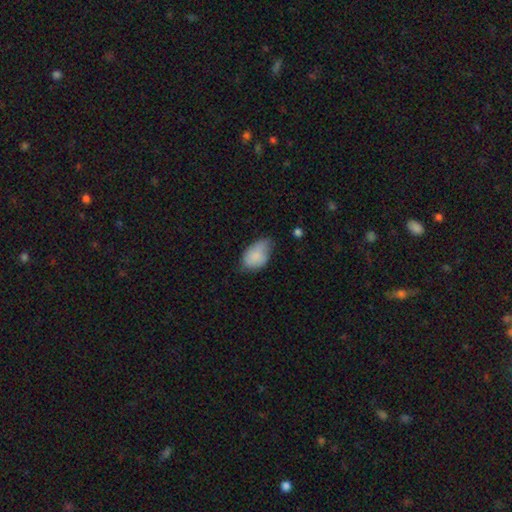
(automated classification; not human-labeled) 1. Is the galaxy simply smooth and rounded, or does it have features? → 83% smooth, 10% featured or disk, 7% star or artifact.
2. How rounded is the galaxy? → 91% in between, 8% round, 1% cigar-shaped.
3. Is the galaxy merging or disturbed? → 45% minor disturbance, 40% none, 13% major disturbance, 3% merger.